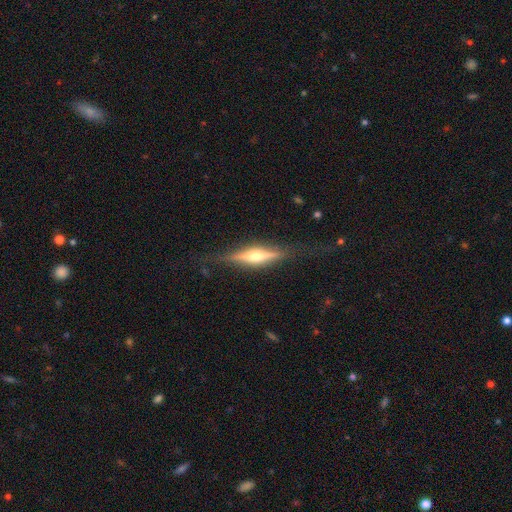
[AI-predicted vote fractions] smooth-or-featured: featured or disk: 70% | smooth: 24% | star or artifact: 6%
  disk-edge-on: yes: 96% | no: 4%
    edge-on-bulge: rounded: 89% | boxy: 7% | none: 4%
  merging: none: 80% | minor disturbance: 14% | major disturbance: 5% | merger: 1%